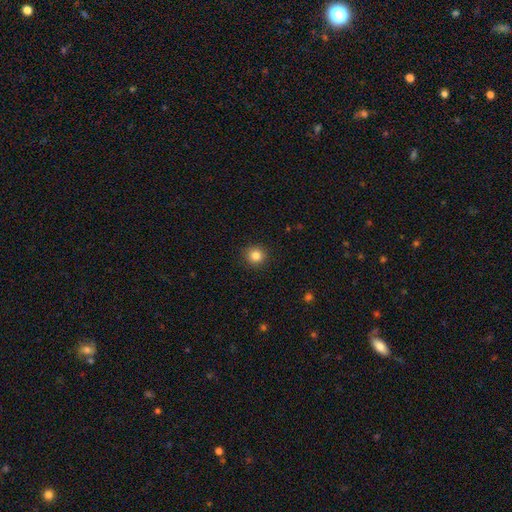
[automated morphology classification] type=smooth (84%); roundness=round (92%); merging=none (91%).